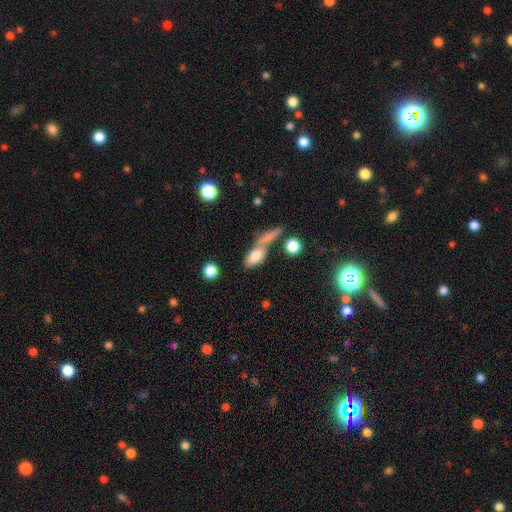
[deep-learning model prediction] Morphology: type=smooth (73%); roundness=in between (72%); merging=merger (41%).